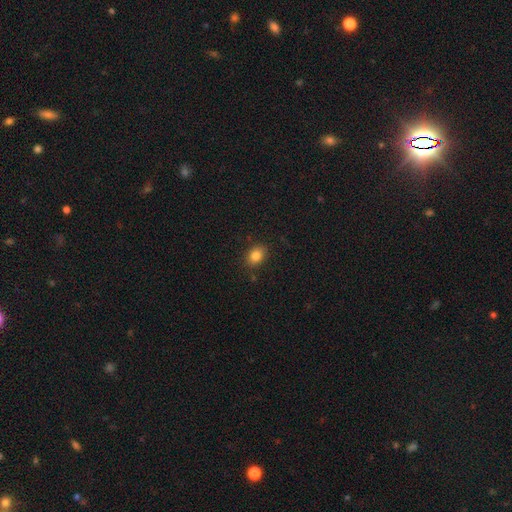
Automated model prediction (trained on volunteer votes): The model was most divided on "how rounded": in between: 66%, round: 33%, cigar-shaped: 1%. More confident: merging — none (85%); smooth or featured — smooth (83%).